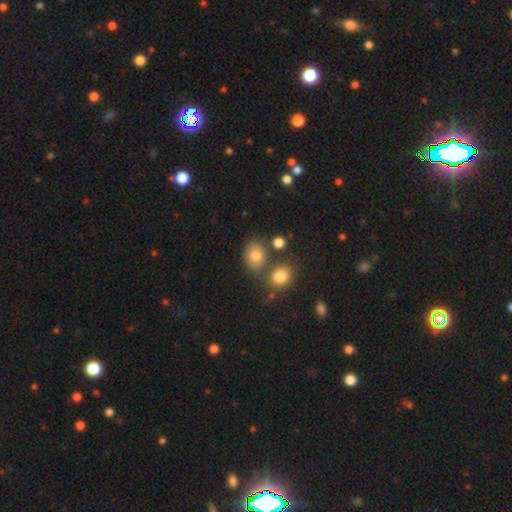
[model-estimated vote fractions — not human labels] smooth-or-featured: smooth: 78% | star or artifact: 11% | featured or disk: 10%
  how-rounded: in between: 61% | round: 38% | cigar-shaped: 1%
  merging: none: 66% | merger: 16% | minor disturbance: 13% | major disturbance: 5%